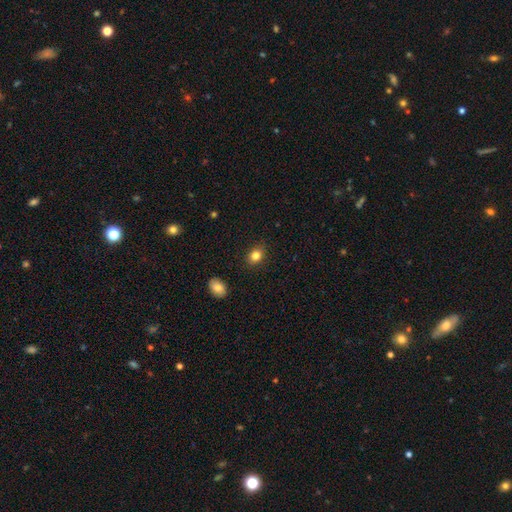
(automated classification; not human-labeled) Smooth or featured? Predicted: smooth (p=0.82). How rounded? Predicted: in between (p=0.57). Merging? Predicted: none (p=0.87).